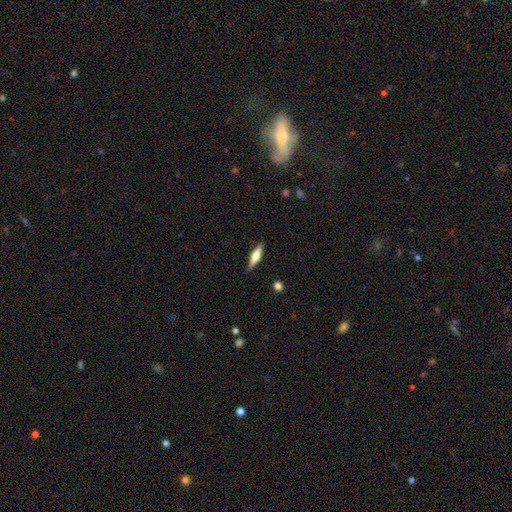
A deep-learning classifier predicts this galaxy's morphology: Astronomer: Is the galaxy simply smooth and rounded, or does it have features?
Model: smooth — 48% (runner-up: featured or disk, 46%).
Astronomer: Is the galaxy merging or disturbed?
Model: none — 87%.